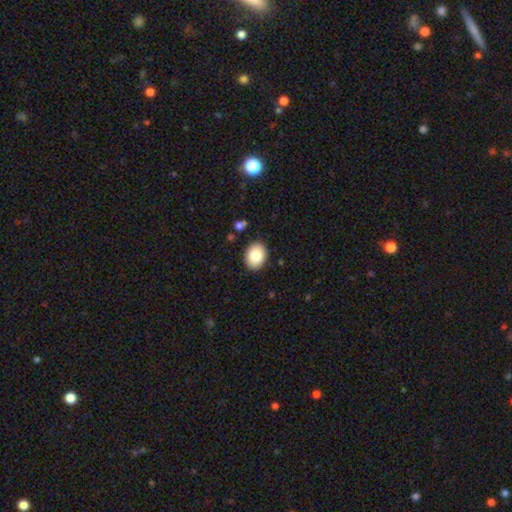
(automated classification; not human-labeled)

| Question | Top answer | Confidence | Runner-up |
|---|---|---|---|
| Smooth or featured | smooth | 85% | featured or disk (8%) |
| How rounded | in between | 69% | round (30%) |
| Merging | none | 89% | minor disturbance (8%) |